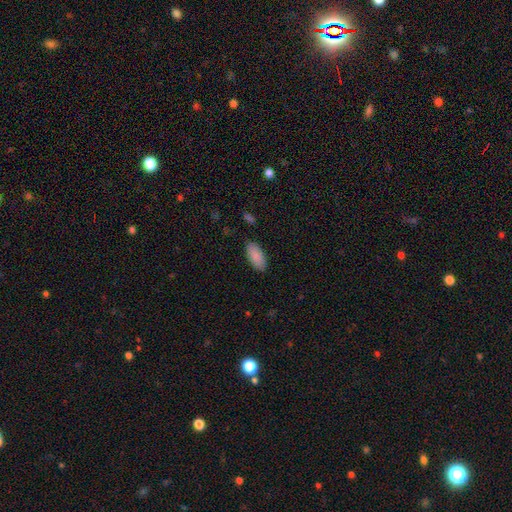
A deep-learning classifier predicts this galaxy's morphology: smooth 90%, star or artifact 6%, featured or disk 4%. Down the decision tree: how rounded — in between (91%); merging — none (87%).